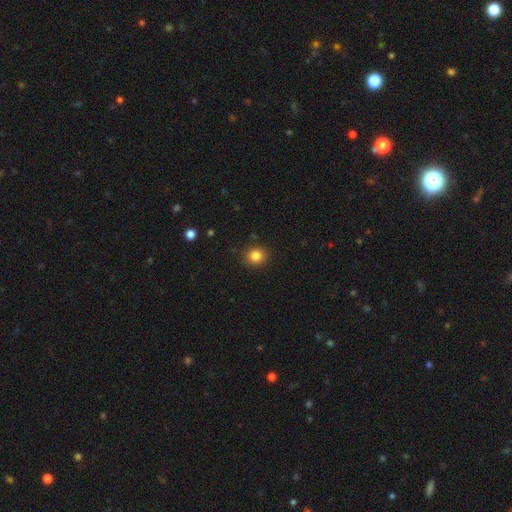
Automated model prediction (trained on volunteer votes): A smooth galaxy with no disk features (83%) that is round (83%).

Vote fractions:
- Smooth or featured? smooth: 83% / star or artifact: 11% / featured or disk: 5%
- How rounded? round: 83% / in between: 16% / cigar-shaped: 1%
- Merging? none: 89% / minor disturbance: 8% / major disturbance: 2% / merger: 1%